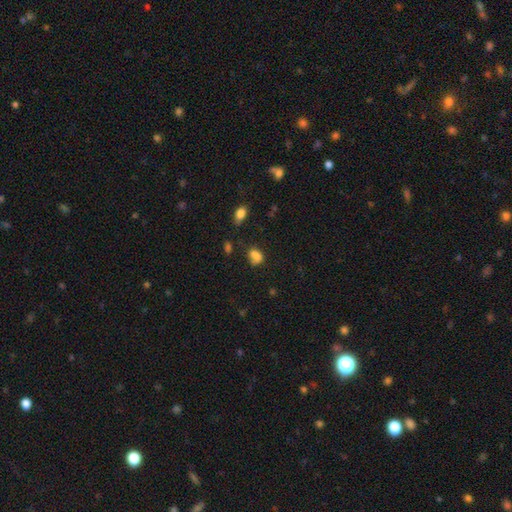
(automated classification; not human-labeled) Q: Smooth or featured?
A: smooth (77%); runner-up: star or artifact (13%)
Q: How rounded?
A: in between (72%); runner-up: round (26%)
Q: Merging?
A: none (43%); runner-up: minor disturbance (25%)